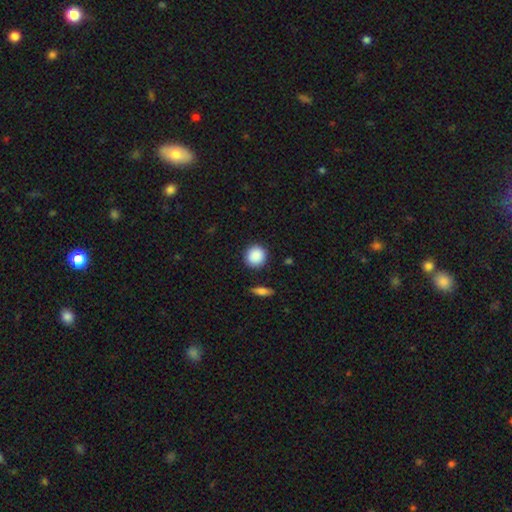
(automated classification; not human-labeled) Smooth or featured?
  - smooth: 89% *
  - star or artifact: 8%
  - featured or disk: 4%
How rounded?
  - round: 92% *
  - in between: 7%
  - cigar-shaped: 1%
Merging?
  - none: 89% *
  - minor disturbance: 7%
  - major disturbance: 2%
  - merger: 2%